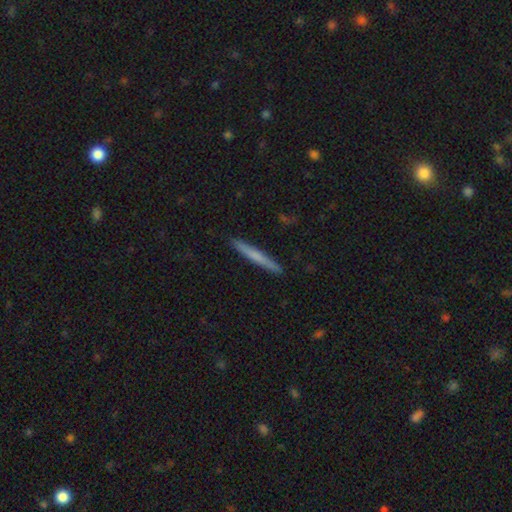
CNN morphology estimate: Smooth or featured? smooth (62%)
How rounded? cigar-shaped (96%)
Merging? none (92%)